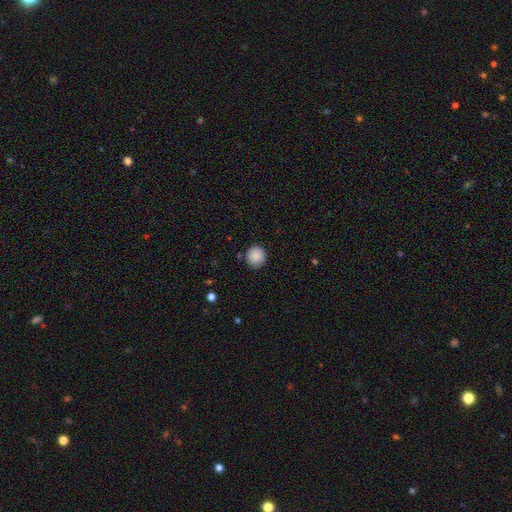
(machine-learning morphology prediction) Smooth or featured? Predicted: smooth (p=0.88). How rounded? Predicted: round (p=0.90). Merging? Predicted: none (p=0.89).